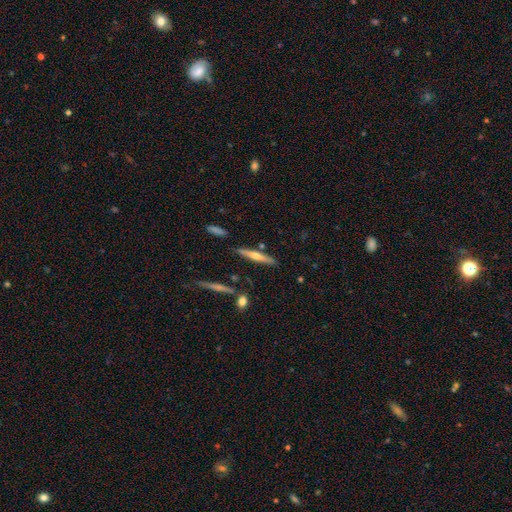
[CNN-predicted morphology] A featured or disk galaxy (53%) viewed edge-on (95%) with a rounded central bulge (79%).

Vote fractions:
- Smooth or featured? featured or disk: 53% / smooth: 40% / star or artifact: 7%
- Edge-on disk? yes: 95% / no: 5%
- Edge-on bulge? rounded: 79% / none: 16% / boxy: 5%
- Merging? none: 83% / minor disturbance: 10% / merger: 5% / major disturbance: 2%